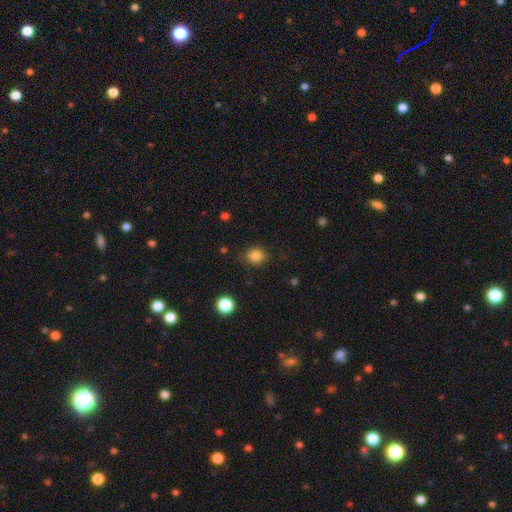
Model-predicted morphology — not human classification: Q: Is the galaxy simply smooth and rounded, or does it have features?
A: smooth — 84%.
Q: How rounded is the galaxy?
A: round — 67%.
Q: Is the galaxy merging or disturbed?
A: none — 84%.